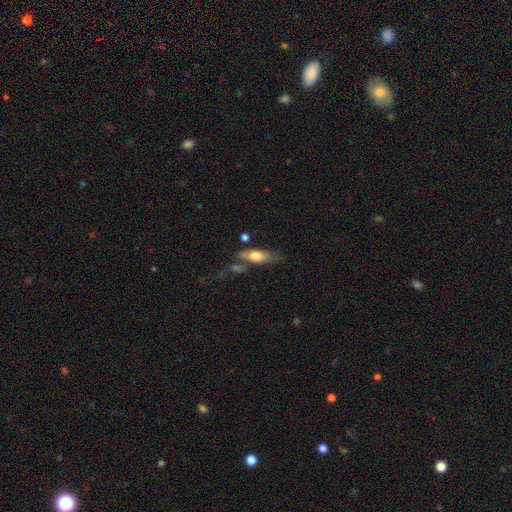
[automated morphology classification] Overall: smooth (57%; featured or disk 37%). How rounded: in between (53%; cigar-shaped 43%). Merging: none (57%; minor disturbance 20%).